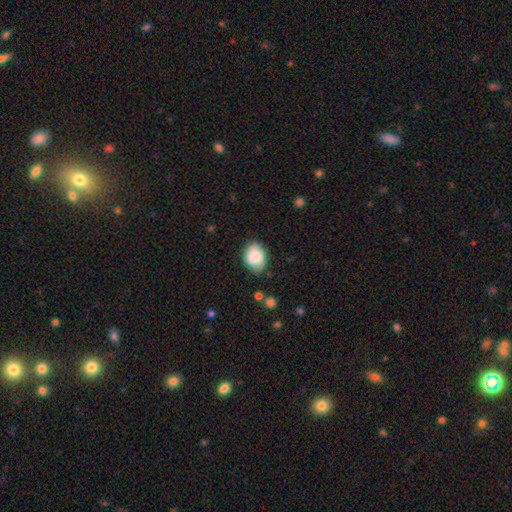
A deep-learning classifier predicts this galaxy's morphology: A smooth galaxy with no disk features (76%) that is in between round and cigar-shaped (70%). Merging: none (73%).